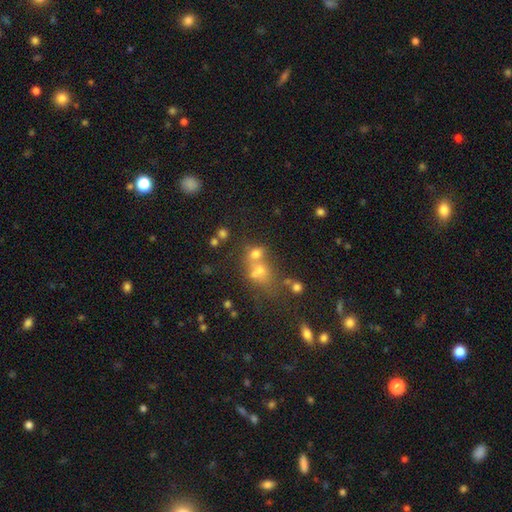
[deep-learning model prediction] smooth-or-featured: smooth: 50% | star or artifact: 30% | featured or disk: 20%
  how-rounded: round: 70% | in between: 28% | cigar-shaped: 2%
  merging: merger: 49% | none: 38% | minor disturbance: 8% | major disturbance: 5%